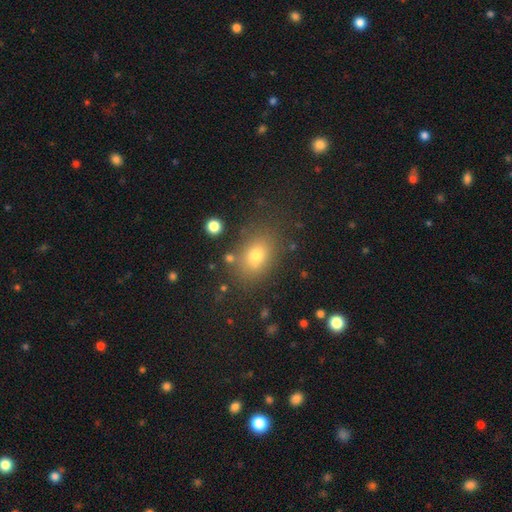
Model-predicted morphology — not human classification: Smooth or featured: smooth — 74% (star or artifact — 15%)
How rounded: in between — 68% (round — 30%)
Merging: none — 78% (minor disturbance — 13%)